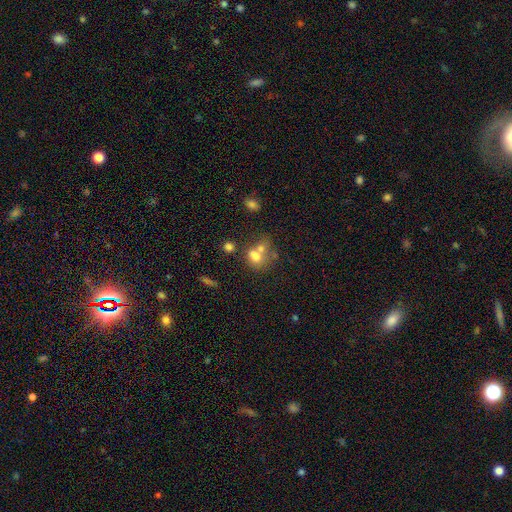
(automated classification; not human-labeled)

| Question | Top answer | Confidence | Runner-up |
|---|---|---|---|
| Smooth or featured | smooth | 66% | featured or disk (20%) |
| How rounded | in between | 54% | round (44%) |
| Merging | merger | 53% | none (27%) |